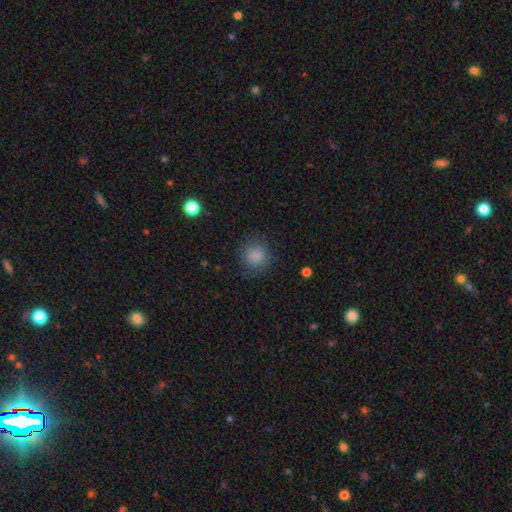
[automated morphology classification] Overall: smooth (86%). How rounded: round (89%). Merging: none (83%).